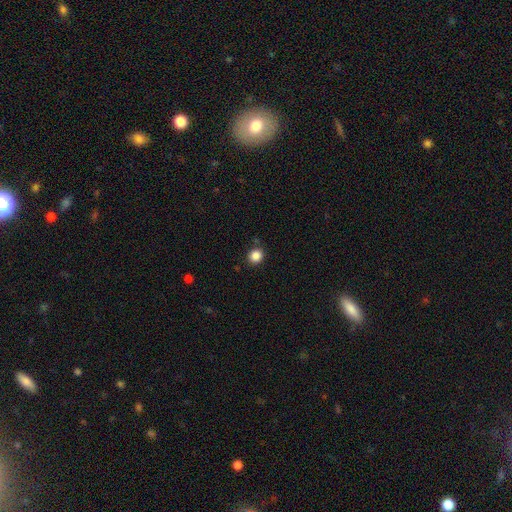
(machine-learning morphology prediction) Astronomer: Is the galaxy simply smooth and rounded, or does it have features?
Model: smooth — 86%.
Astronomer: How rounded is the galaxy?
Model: round — 82%.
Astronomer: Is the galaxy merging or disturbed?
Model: none — 86%.